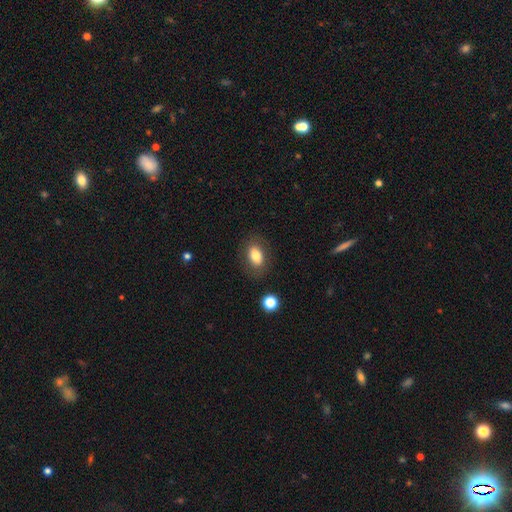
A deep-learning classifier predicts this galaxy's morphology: Smooth or featured? smooth (79%)
How rounded? in between (83%)
Merging? none (81%)